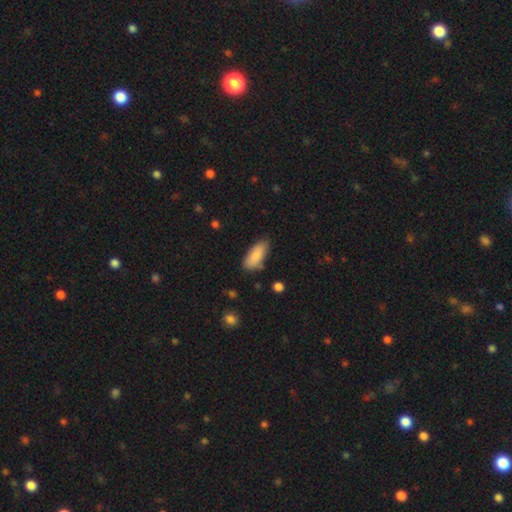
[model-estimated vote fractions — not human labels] Smooth or featured?
  - smooth: 87% *
  - featured or disk: 7%
  - star or artifact: 6%
How rounded?
  - in between: 81% *
  - cigar-shaped: 17%
  - round: 2%
Merging?
  - none: 74% *
  - minor disturbance: 20%
  - major disturbance: 4%
  - merger: 2%